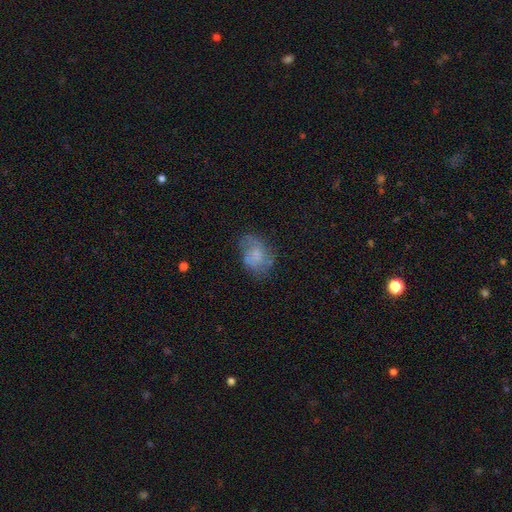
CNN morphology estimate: smooth 47%, featured or disk 42%, star or artifact 10%. Down the decision tree: merging — none (51%).